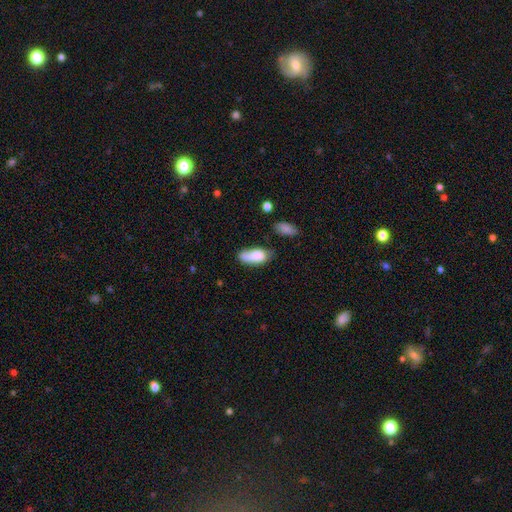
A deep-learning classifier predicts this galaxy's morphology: smooth_or_featured: smooth (p=0.78) [alt: featured or disk p=0.15]
how_rounded: in between (p=0.84) [alt: cigar-shaped p=0.13]
merging: none (p=0.45) [alt: minor disturbance p=0.31]